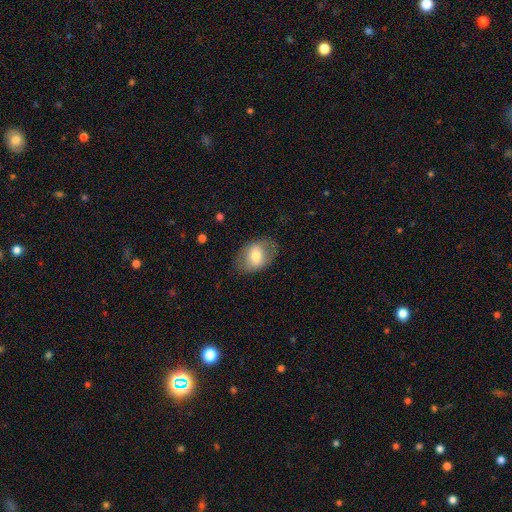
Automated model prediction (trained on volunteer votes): smooth 63%, featured or disk 30%, star or artifact 7%. Down the decision tree: how rounded — in between (79%); merging — none (77%).